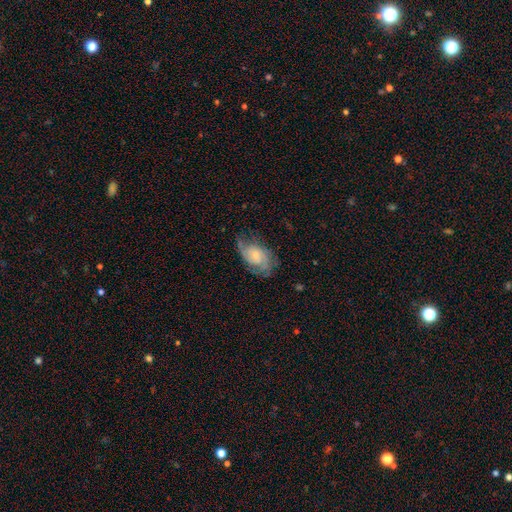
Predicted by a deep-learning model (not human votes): Morphology: type=featured or disk (71%); edge-on=no (97%); bar=no (68%); spiral arms=yes (91%); winding=medium (42%); arm count=2 (48%); bulge=small (53%); merging=none (61%).